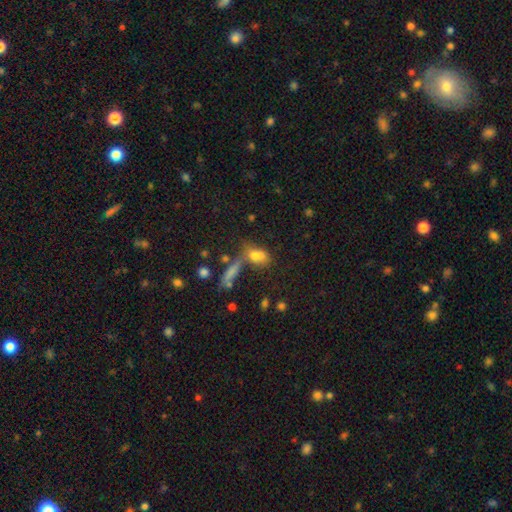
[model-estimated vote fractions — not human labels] Morphology: type=smooth (69%); roundness=in between (66%); merging=merger (41%).